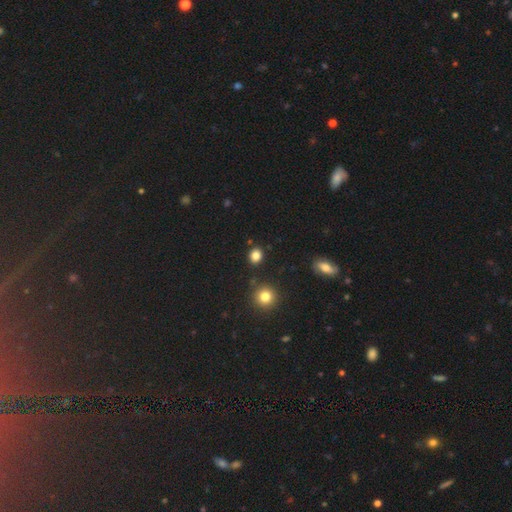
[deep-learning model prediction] Smooth or featured: smooth — 83% (star or artifact — 13%)
How rounded: round — 67% (in between — 32%)
Merging: none — 86% (minor disturbance — 8%)